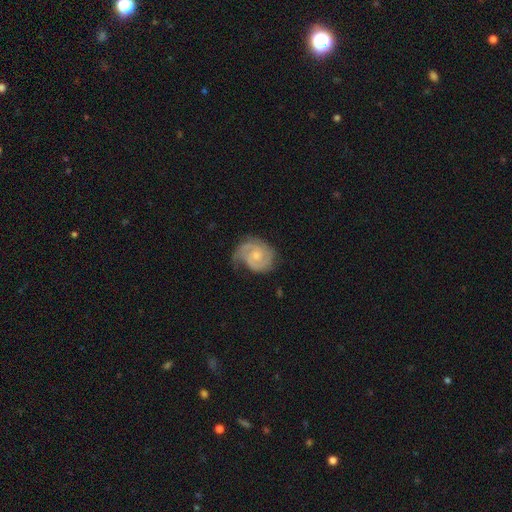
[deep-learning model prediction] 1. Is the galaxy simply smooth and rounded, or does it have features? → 84% featured or disk, 11% smooth, 5% star or artifact.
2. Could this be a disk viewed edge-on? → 98% no, 2% yes.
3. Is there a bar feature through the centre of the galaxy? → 66% no, 30% weak, 4% strong.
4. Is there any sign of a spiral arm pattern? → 97% yes, 3% no.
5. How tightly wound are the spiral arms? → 55% tight, 36% medium, 9% loose.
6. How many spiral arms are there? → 71% 2, 9% can't tell, 8% 1, 8% 3, 2% 4, 2% more than 4.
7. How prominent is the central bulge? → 51% small, 40% moderate, 6% none, 2% large, 1% dominant.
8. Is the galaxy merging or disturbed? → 60% none, 26% minor disturbance, 12% major disturbance, 2% merger.